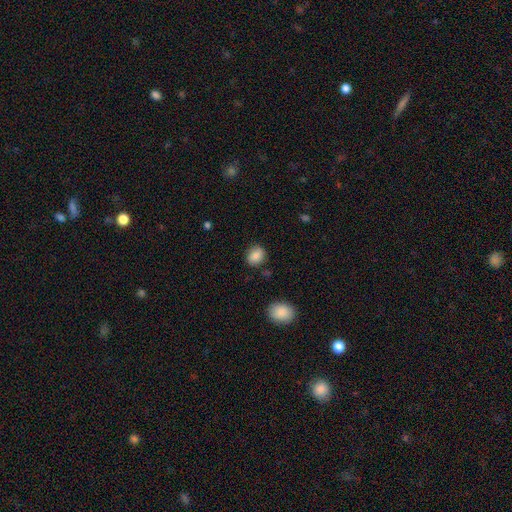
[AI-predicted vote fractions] This appears to be a smooth galaxy with no disk features (84%) that is round (54%). Merging: none (79%).